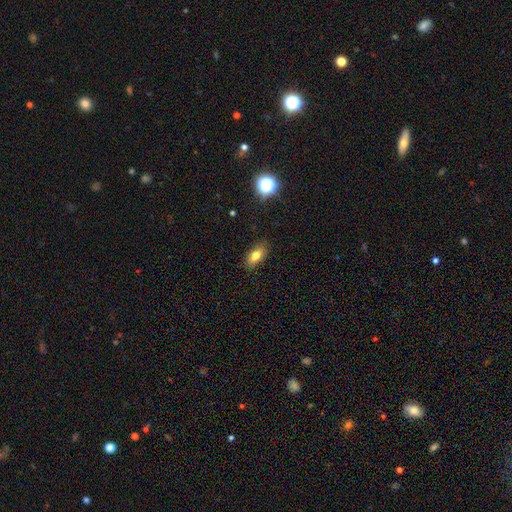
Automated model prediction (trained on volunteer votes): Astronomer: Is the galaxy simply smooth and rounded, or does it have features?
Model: smooth — 78%.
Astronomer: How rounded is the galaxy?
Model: in between — 85%.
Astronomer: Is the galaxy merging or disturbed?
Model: none — 86%.